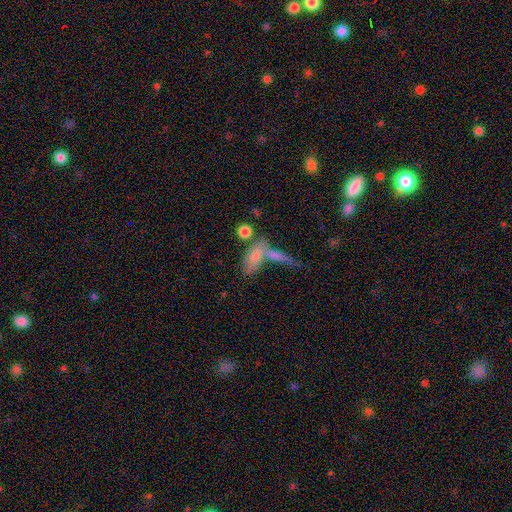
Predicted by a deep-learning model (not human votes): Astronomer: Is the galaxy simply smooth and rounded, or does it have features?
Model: smooth — 68%.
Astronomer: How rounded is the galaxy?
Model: in between — 70%.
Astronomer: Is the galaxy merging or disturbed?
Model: merger — 40% (runner-up: none, 39%).